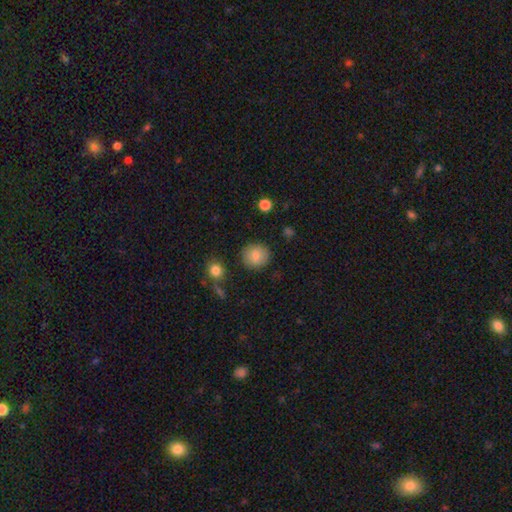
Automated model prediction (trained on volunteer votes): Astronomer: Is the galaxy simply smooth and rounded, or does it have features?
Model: smooth — 85%.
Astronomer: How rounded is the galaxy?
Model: round — 88%.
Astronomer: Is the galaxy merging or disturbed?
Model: none — 86%.